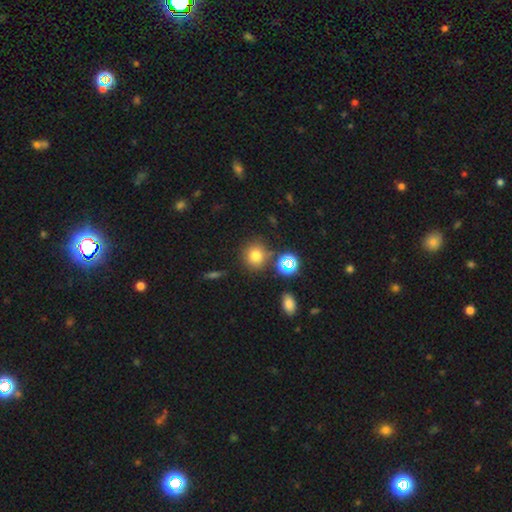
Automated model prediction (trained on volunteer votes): This is likely a smooth galaxy (72%). How rounded: clearly round (86%). Merging: likely none (79%).